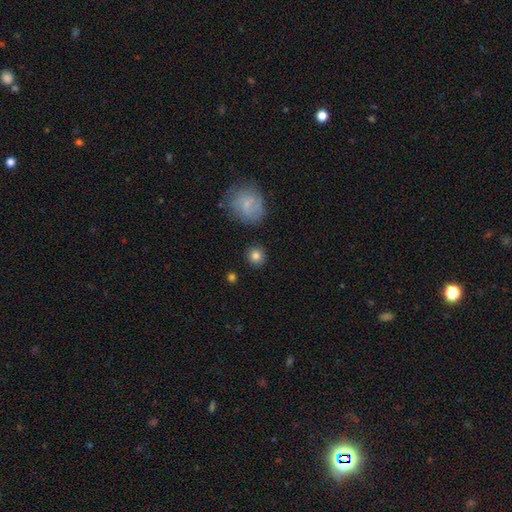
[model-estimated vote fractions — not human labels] Overall: smooth (81%). How rounded: round (91%). Merging: none (87%).